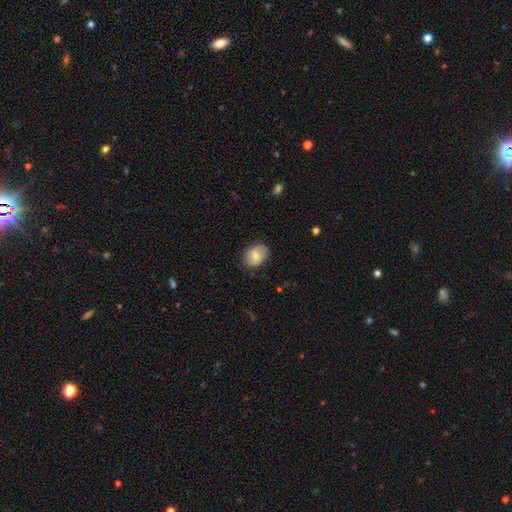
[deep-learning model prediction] A smooth galaxy with no disk features (70%) that is in between round and cigar-shaped (57%). Merging: none (77%).